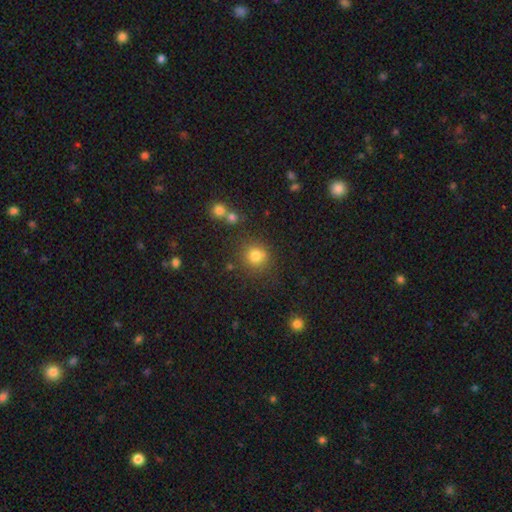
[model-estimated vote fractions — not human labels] Smooth or featured: smooth — 79% (star or artifact — 15%)
How rounded: round — 90% (in between — 9%)
Merging: none — 79% (minor disturbance — 10%)